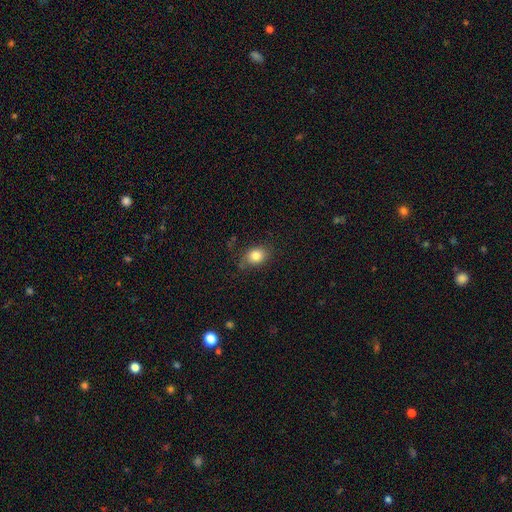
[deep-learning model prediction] Q: Smooth or featured?
A: smooth (83%); runner-up: star or artifact (10%)
Q: How rounded?
A: in between (57%); runner-up: round (41%)
Q: Merging?
A: none (74%); runner-up: minor disturbance (19%)